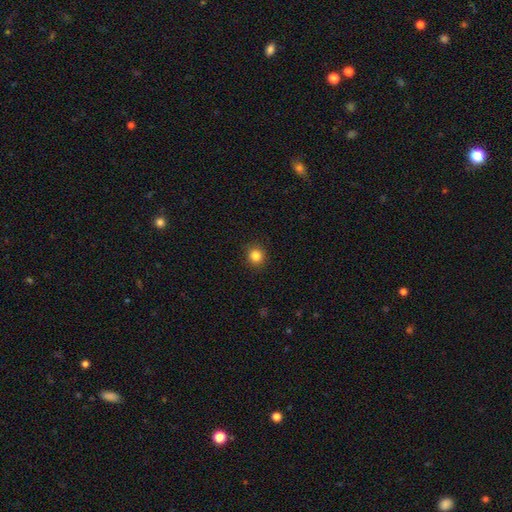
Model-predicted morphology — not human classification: The model was most divided on "smooth or featured": smooth: 84%, star or artifact: 11%, featured or disk: 5%. More confident: merging — none (92%); how rounded — round (91%).